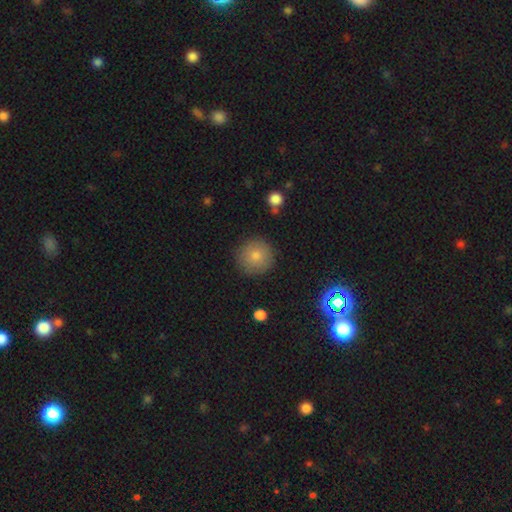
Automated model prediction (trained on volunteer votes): This appears to be a smooth galaxy with no disk features (78%) that is round (95%). Merging: none (89%).